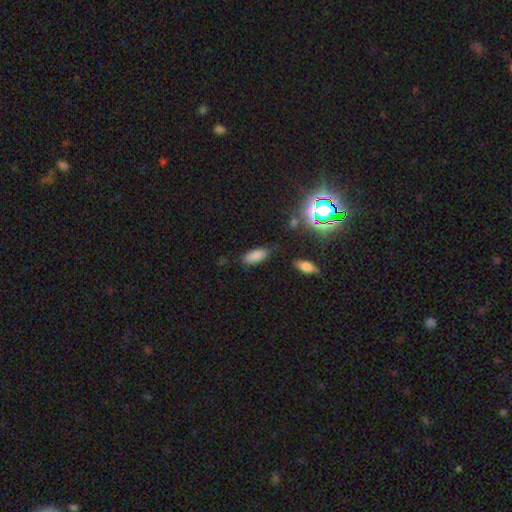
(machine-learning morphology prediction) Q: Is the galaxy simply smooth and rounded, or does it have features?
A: smooth — 80%.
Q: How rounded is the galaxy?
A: in between — 79%.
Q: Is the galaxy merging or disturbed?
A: none — 70%.